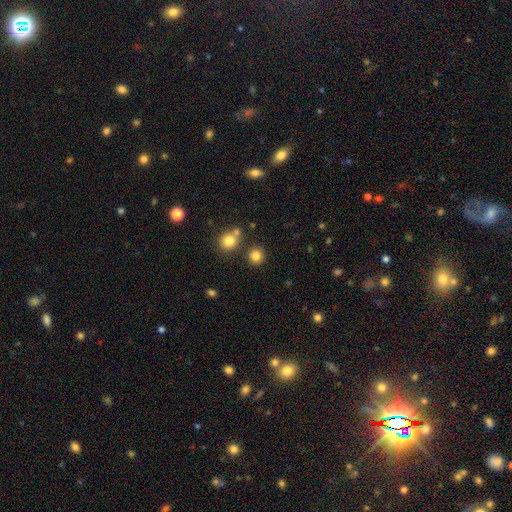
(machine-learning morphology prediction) Smooth or featured? smooth (82%)
How rounded? round (90%)
Merging? none (83%)